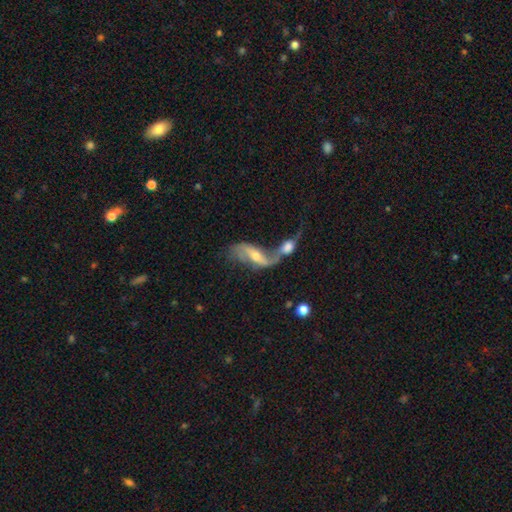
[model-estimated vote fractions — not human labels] Smooth or featured?
  - featured or disk: 55% *
  - smooth: 27%
  - star or artifact: 18%
Edge-on disk?
  - no: 78% *
  - yes: 22%
Merging?
  - merger: 40% *
  - none: 36%
  - major disturbance: 12%
  - minor disturbance: 12%